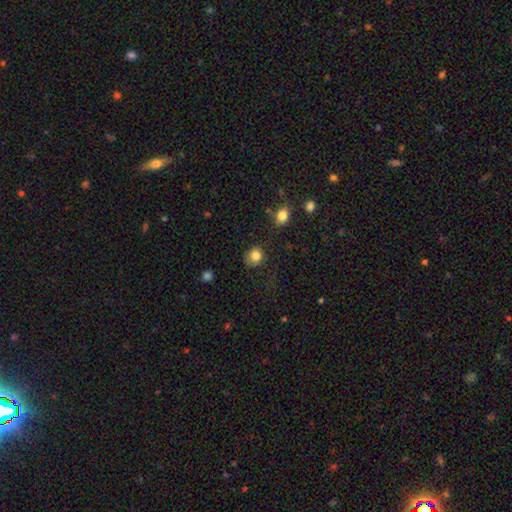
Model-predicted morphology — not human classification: smooth_or_featured: smooth (p=0.84) [alt: star or artifact p=0.10]
how_rounded: round (p=0.69) [alt: in between p=0.30]
merging: none (p=0.61) [alt: minor disturbance p=0.25]